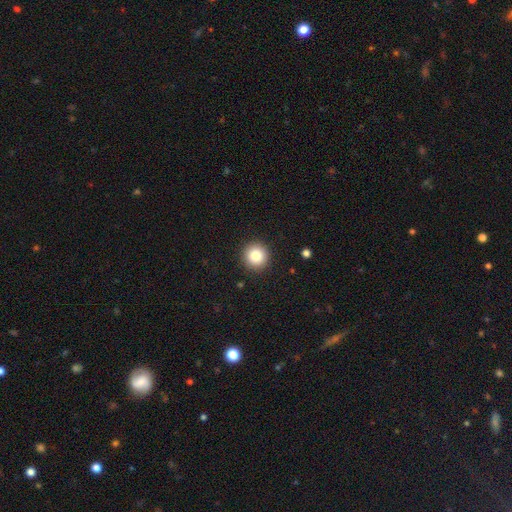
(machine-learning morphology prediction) A smooth galaxy with no disk features (84%) that is round (95%). Merging: none (92%).